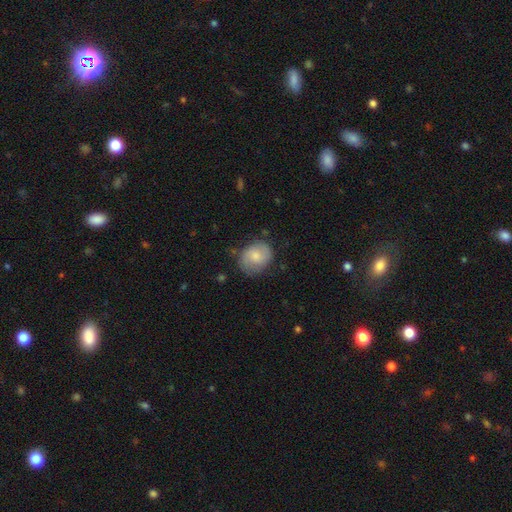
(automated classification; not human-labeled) A smooth galaxy with no disk features (63%) that is round (53%). Merging: none (71%).